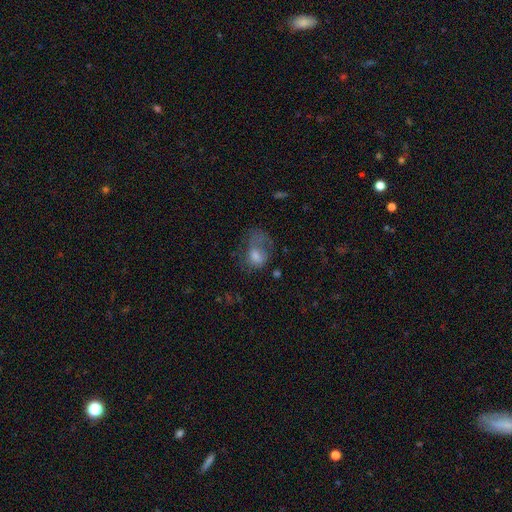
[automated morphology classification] smooth_or_featured: smooth (p=0.54) [alt: featured or disk p=0.32]
how_rounded: in between (p=0.66) [alt: round p=0.32]
merging: major disturbance (p=0.47) [alt: none p=0.28]